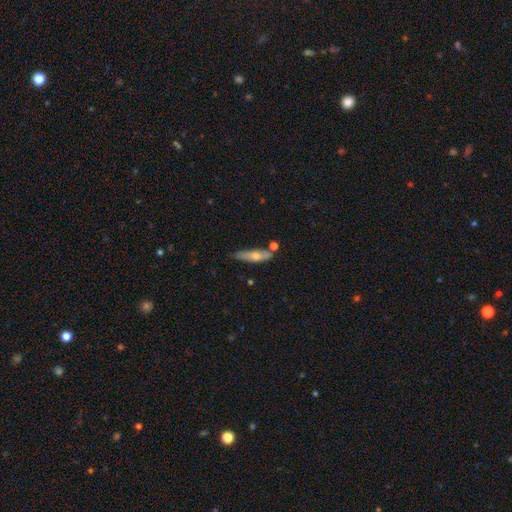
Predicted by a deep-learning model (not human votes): Morphology: type=smooth (51%); roundness=cigar-shaped (76%); merging=none (70%).